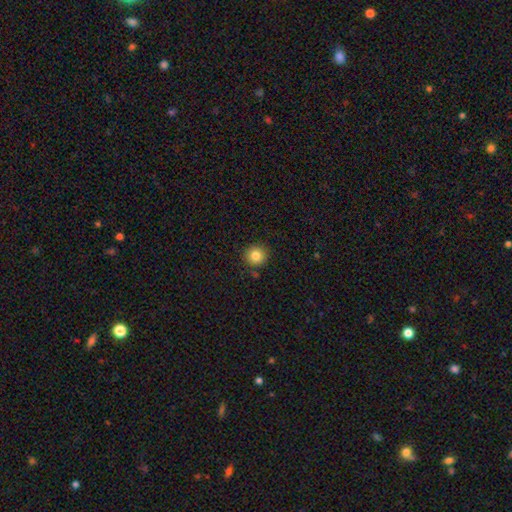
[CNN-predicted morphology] Smooth or featured: smooth — 83% (star or artifact — 10%)
How rounded: round — 93% (in between — 6%)
Merging: none — 89% (minor disturbance — 7%)